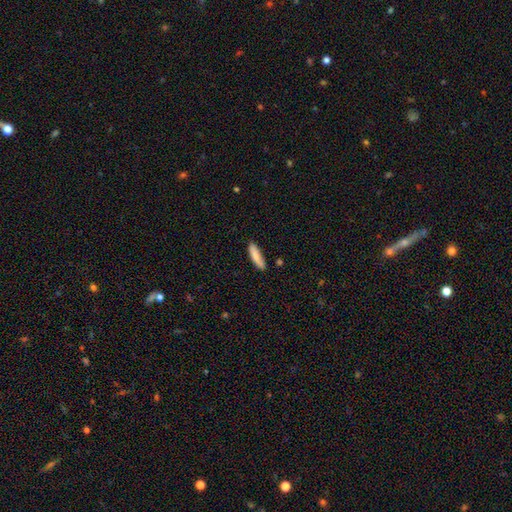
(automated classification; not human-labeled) Smooth or featured: smooth — 82% (featured or disk — 12%)
How rounded: cigar-shaped — 71% (in between — 28%)
Merging: none — 83% (minor disturbance — 12%)